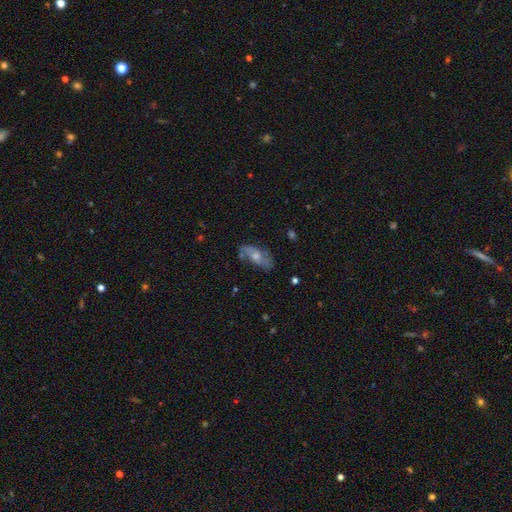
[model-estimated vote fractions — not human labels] Smooth or featured?
  - featured or disk: 51% *
  - smooth: 41%
  - star or artifact: 7%
Edge-on disk?
  - no: 86% *
  - yes: 14%
Merging?
  - none: 60% *
  - minor disturbance: 25%
  - major disturbance: 11%
  - merger: 4%